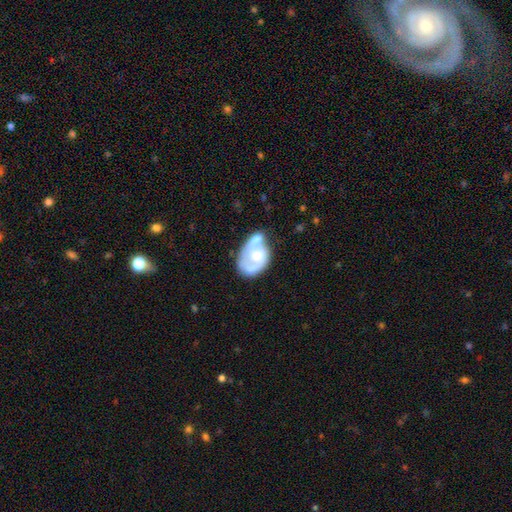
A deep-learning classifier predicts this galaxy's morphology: This appears to be a featured or disk galaxy (61%) with no bar (78%), spiral arms (55%) and a moderate central bulge (57%). Merging: merger (32%).